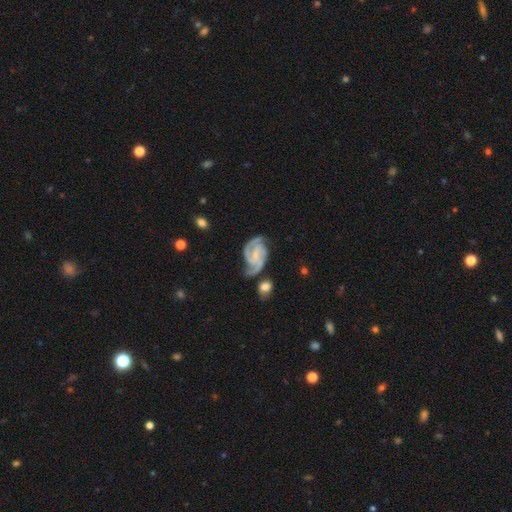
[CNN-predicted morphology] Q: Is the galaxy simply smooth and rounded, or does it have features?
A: featured or disk — 91%.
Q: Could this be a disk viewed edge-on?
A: no — 98%.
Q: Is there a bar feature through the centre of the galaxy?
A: weak — 44%.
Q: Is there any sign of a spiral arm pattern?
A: yes — 98%.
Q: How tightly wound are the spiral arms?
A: medium — 48%.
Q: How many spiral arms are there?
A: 2 — 51%.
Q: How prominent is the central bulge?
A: small — 64%.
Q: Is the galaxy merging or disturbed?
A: none — 63%.